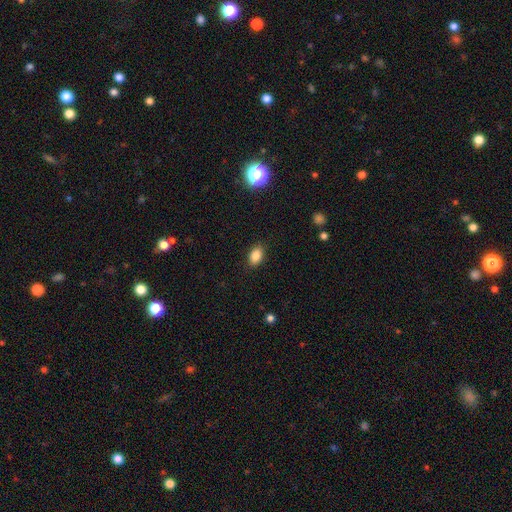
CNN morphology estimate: Q: Smooth or featured?
A: smooth (85%); runner-up: star or artifact (9%)
Q: How rounded?
A: in between (86%); runner-up: round (12%)
Q: Merging?
A: none (87%); runner-up: minor disturbance (9%)